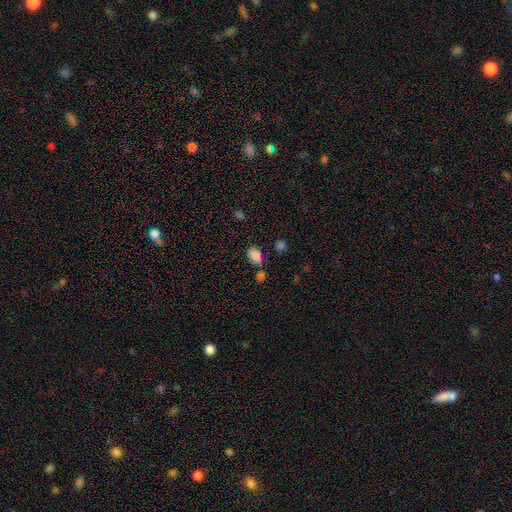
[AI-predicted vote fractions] smooth-or-featured: smooth: 83% | star or artifact: 12% | featured or disk: 5%
  how-rounded: in between: 82% | round: 16% | cigar-shaped: 1%
  merging: none: 63% | minor disturbance: 18% | merger: 15% | major disturbance: 5%